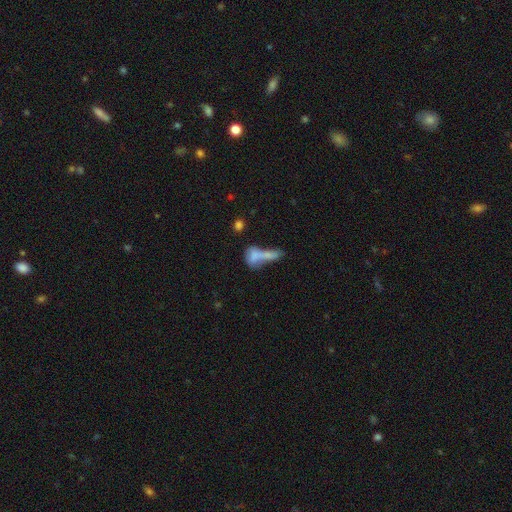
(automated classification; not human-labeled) Smooth or featured? smooth (65%)
How rounded? in between (59%)
Merging? merger (57%)